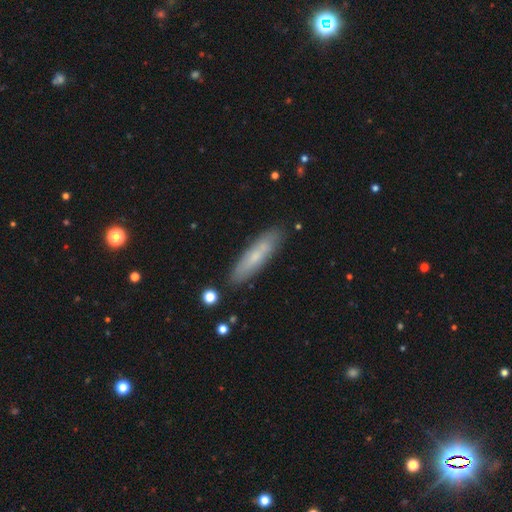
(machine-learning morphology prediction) smooth_or_featured: smooth (p=0.55) [alt: featured or disk p=0.37]
how_rounded: cigar-shaped (p=0.76) [alt: in between p=0.22]
merging: none (p=0.85) [alt: minor disturbance p=0.11]